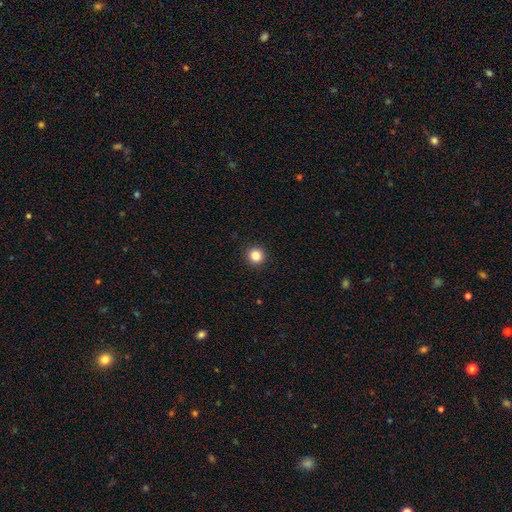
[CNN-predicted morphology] smooth_or_featured: smooth (p=0.84) [alt: star or artifact p=0.11]
how_rounded: round (p=0.96) [alt: in between p=0.03]
merging: none (p=0.93) [alt: minor disturbance p=0.04]